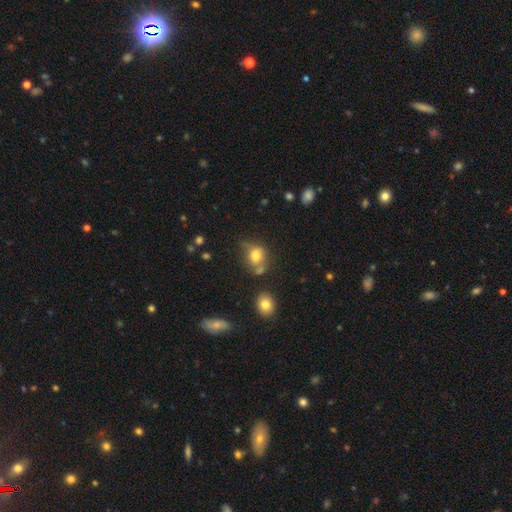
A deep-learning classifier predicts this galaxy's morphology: Smooth or featured: smooth — 76% (star or artifact — 12%)
How rounded: round — 61% (in between — 37%)
Merging: none — 51% (minor disturbance — 23%)